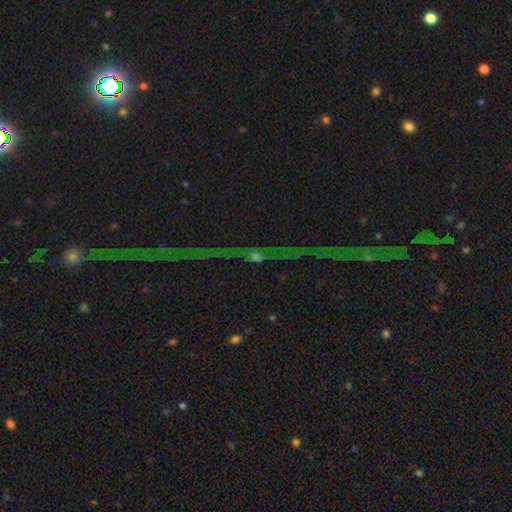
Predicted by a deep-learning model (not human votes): This appears to be a star or artifact, not a galaxy (74%).